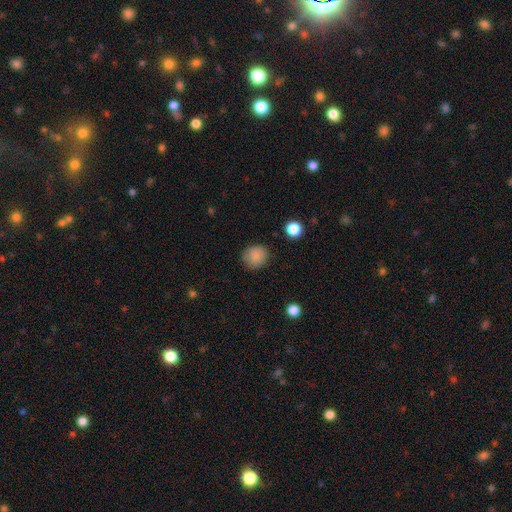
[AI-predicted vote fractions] Q: Smooth or featured?
A: smooth (86%); runner-up: star or artifact (9%)
Q: How rounded?
A: round (83%); runner-up: in between (16%)
Q: Merging?
A: none (82%); runner-up: minor disturbance (13%)